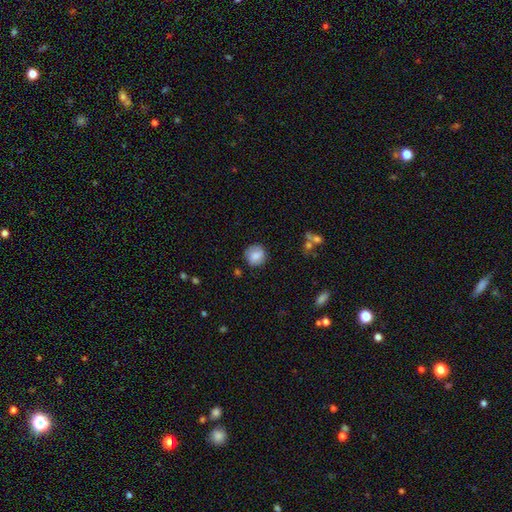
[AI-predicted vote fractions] Smooth or featured? Predicted: smooth (p=0.79). How rounded? Predicted: round (p=0.89). Merging? Predicted: none (p=0.82).